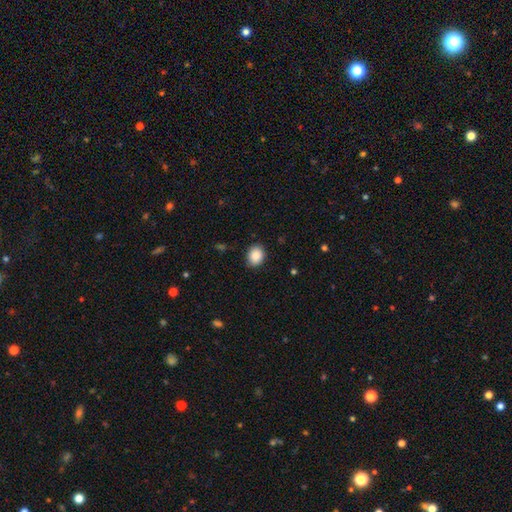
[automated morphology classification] A smooth galaxy with no disk features (88%) that is in between round and cigar-shaped (50%).

Vote fractions:
- Smooth or featured? smooth: 88% / star or artifact: 8% / featured or disk: 4%
- How rounded? in between: 50% / round: 49% / cigar-shaped: 1%
- Merging? none: 87% / minor disturbance: 10% / major disturbance: 2% / merger: 1%